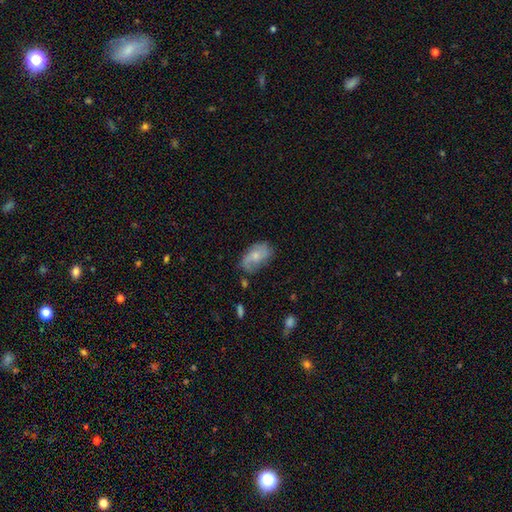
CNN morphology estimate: type=featured or disk (51%); edge-on=no (95%); merging=none (59%).